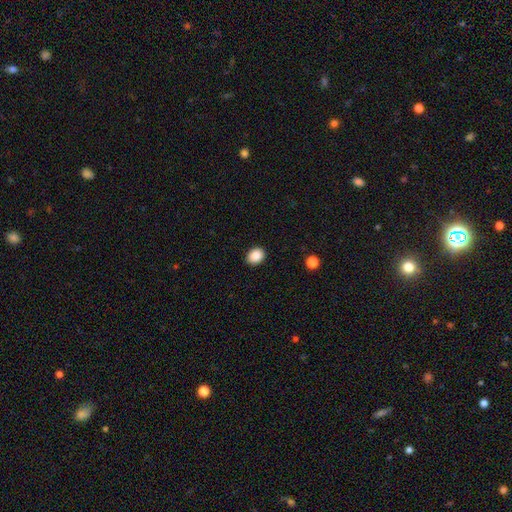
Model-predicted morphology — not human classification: A smooth galaxy with no disk features (88%) that is in between round and cigar-shaped (50%). Merging: none (90%).